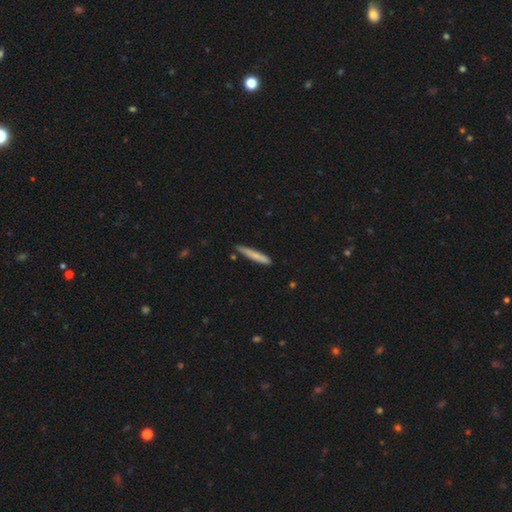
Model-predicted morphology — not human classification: type=smooth (72%); roundness=cigar-shaped (94%); merging=none (80%).